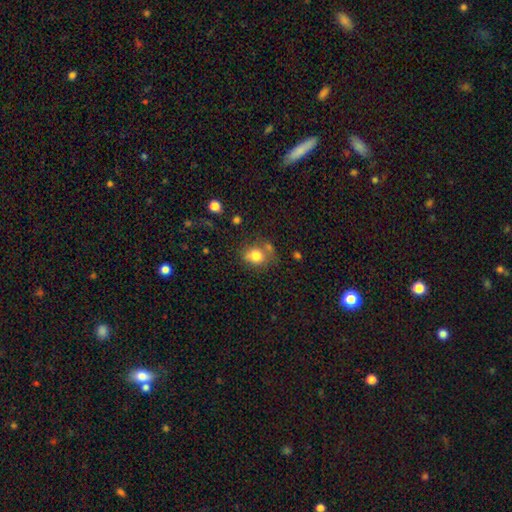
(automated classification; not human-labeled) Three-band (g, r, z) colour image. It shows a smooth galaxy with no disk features (81%) that is in between round and cigar-shaped (53%). Merging: none (53%).